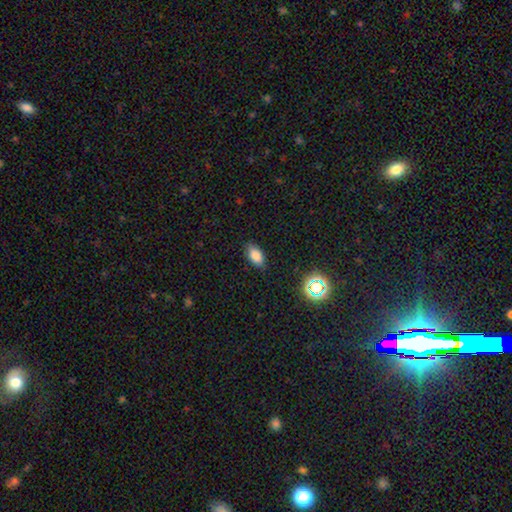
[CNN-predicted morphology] type=smooth (81%); roundness=in between (90%); merging=none (84%).